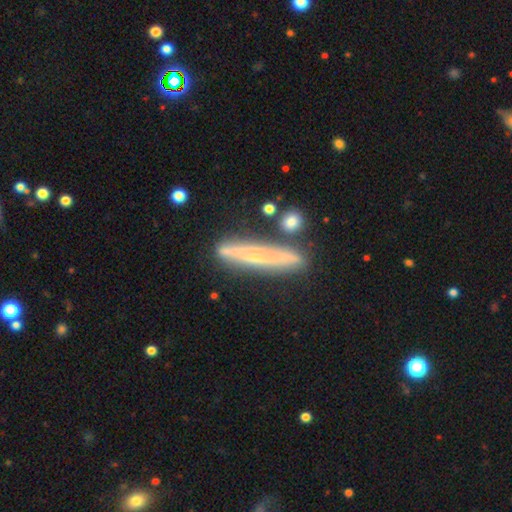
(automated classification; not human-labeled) The model was most divided on "smooth or featured": featured or disk: 61%, smooth: 32%, star or artifact: 8%. More confident: edge-on disk — yes (73%); merging — none (73%).